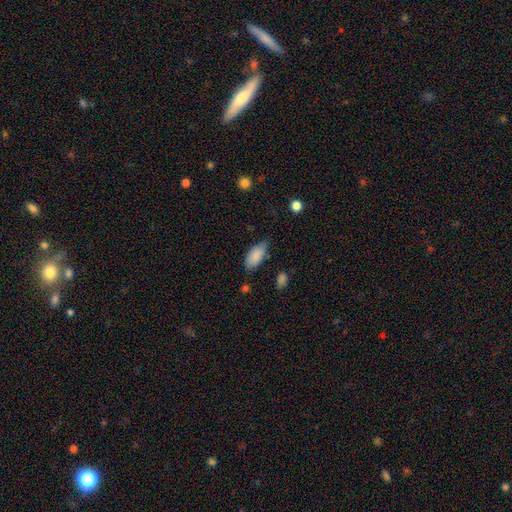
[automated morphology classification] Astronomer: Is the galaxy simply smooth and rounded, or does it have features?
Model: smooth — 87%.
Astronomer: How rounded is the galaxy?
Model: in between — 90%.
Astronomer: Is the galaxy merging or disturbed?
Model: none — 66%.